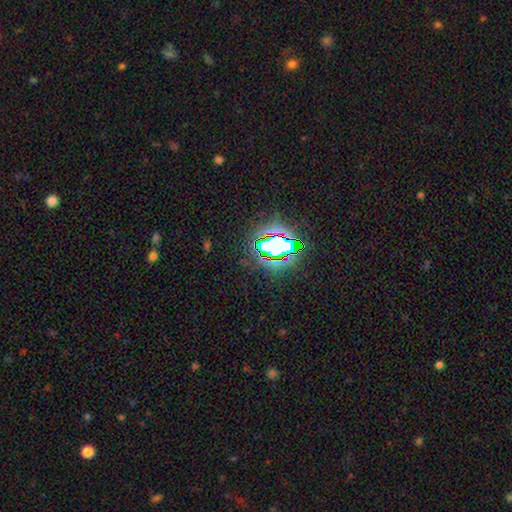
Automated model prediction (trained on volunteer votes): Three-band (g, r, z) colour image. It shows a star or artifact, not a galaxy (81%).